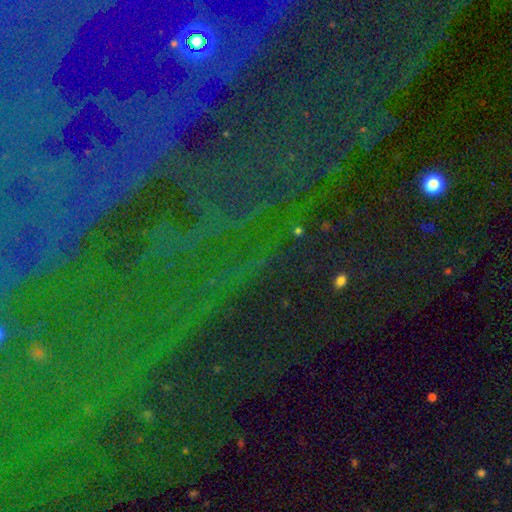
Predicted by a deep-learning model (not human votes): Smooth or featured: star or artifact — 75% (featured or disk — 14%)